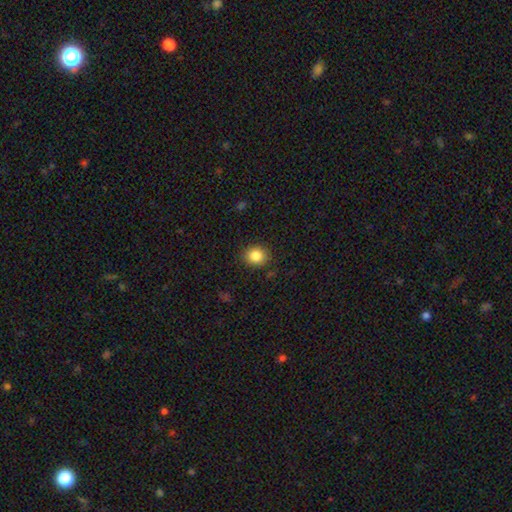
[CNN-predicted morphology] smooth_or_featured: smooth (p=0.85) [alt: star or artifact p=0.10]
how_rounded: round (p=0.69) [alt: in between p=0.30]
merging: none (p=0.87) [alt: minor disturbance p=0.09]